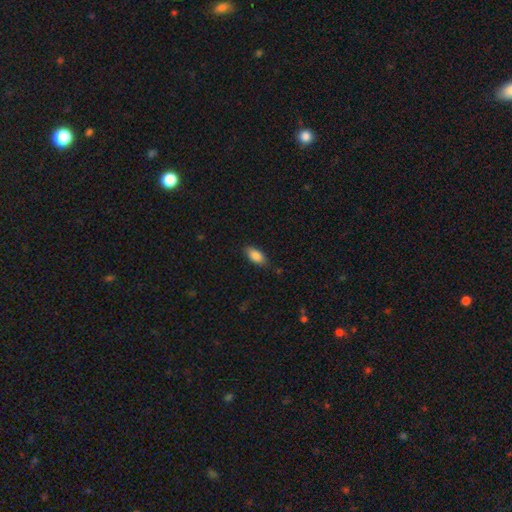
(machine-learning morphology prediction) Overall: smooth (87%). How rounded: in between (90%). Merging: none (79%).